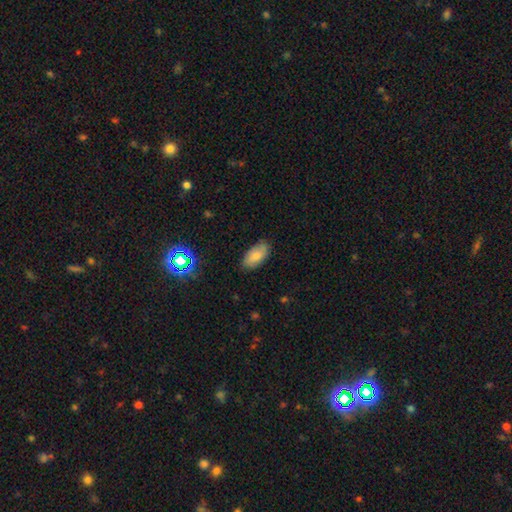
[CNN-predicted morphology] Smooth or featured? smooth (79%)
How rounded? in between (93%)
Merging? none (82%)